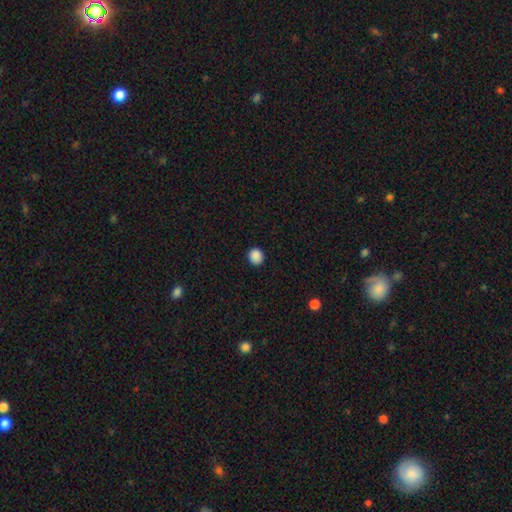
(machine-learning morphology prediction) A smooth galaxy with no disk features (88%) that is round (82%).

Vote fractions:
- Smooth or featured? smooth: 88% / star or artifact: 9% / featured or disk: 2%
- How rounded? round: 82% / in between: 17% / cigar-shaped: 1%
- Merging? none: 91% / minor disturbance: 6% / major disturbance: 2% / merger: 1%